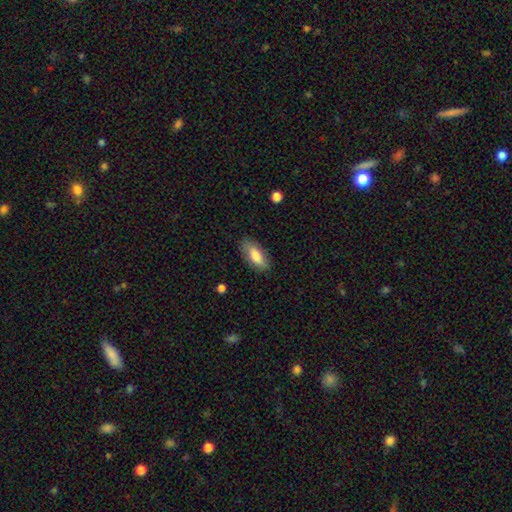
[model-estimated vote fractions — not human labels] smooth_or_featured: smooth (p=0.78) [alt: featured or disk p=0.16]
how_rounded: in between (p=0.84) [alt: cigar-shaped p=0.14]
merging: none (p=0.81) [alt: minor disturbance p=0.14]